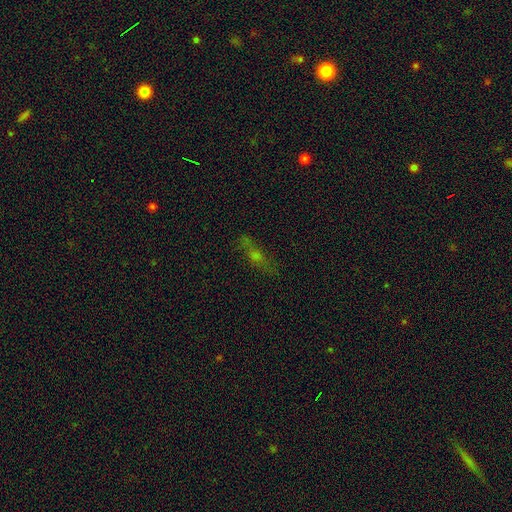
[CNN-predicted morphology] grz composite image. It shows a smooth galaxy with no disk features (37%). Merging: none (72%).